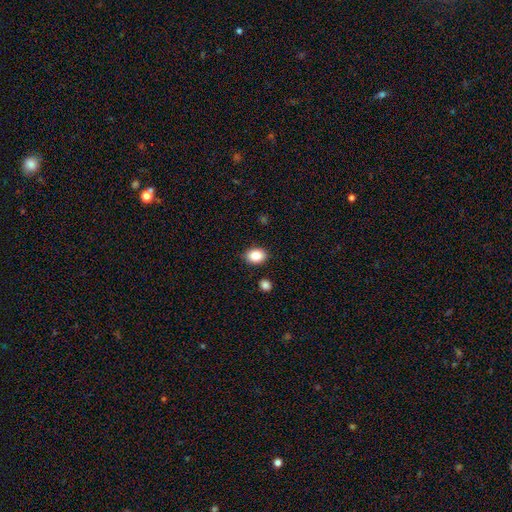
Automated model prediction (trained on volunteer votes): smooth-or-featured: smooth: 87% | star or artifact: 9% | featured or disk: 5%
  how-rounded: in between: 67% | round: 32% | cigar-shaped: 1%
  merging: none: 87% | minor disturbance: 8% | merger: 2% | major disturbance: 2%